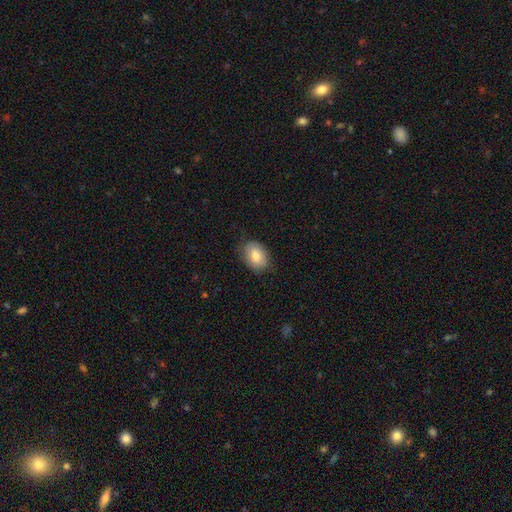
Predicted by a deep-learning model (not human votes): Smooth or featured? smooth (81%)
How rounded? in between (80%)
Merging? none (80%)